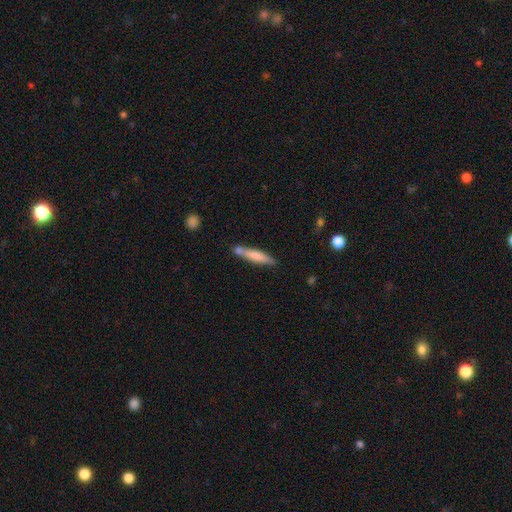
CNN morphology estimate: This appears to be a smooth galaxy with no disk features (70%) that is cigar-shaped (87%). Merging: none (62%).